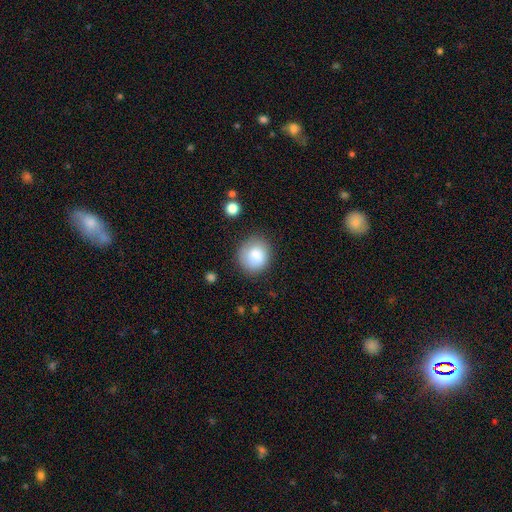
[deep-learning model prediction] smooth-or-featured: smooth: 85% | star or artifact: 8% | featured or disk: 7%
  how-rounded: round: 83% | in between: 16% | cigar-shaped: 1%
  merging: none: 78% | minor disturbance: 15% | major disturbance: 5% | merger: 2%